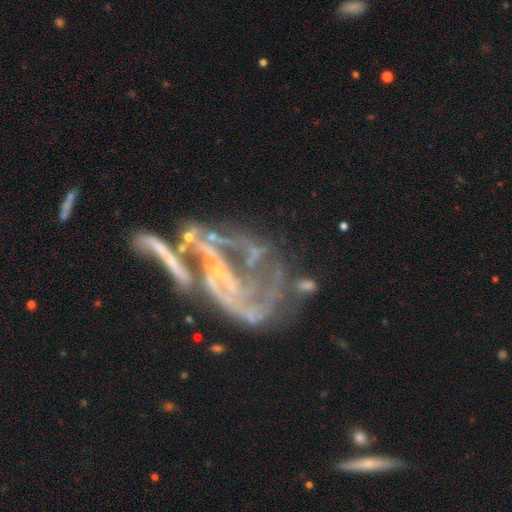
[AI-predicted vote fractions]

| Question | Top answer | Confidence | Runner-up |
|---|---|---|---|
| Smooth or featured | featured or disk | 80% | star or artifact (12%) |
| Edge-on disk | no | 96% | yes (4%) |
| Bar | no | 52% | weak (26%) |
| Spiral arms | yes | 64% | no (36%) |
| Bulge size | none | 57% | small (34%) |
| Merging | major disturbance | 42% | merger (29%) |